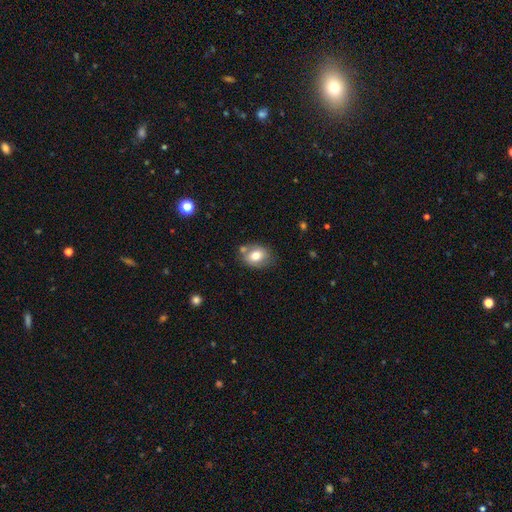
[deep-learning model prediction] Q: Smooth or featured?
A: smooth (74%); runner-up: featured or disk (17%)
Q: How rounded?
A: in between (63%); runner-up: round (36%)
Q: Merging?
A: none (63%); runner-up: minor disturbance (19%)